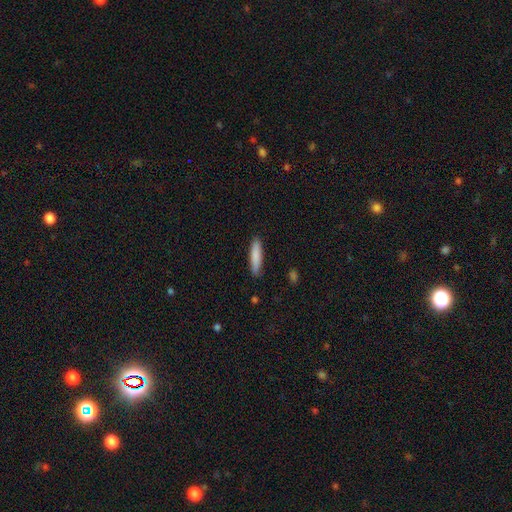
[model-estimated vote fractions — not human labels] smooth_or_featured: smooth (p=0.84) [alt: featured or disk p=0.10]
how_rounded: cigar-shaped (p=0.81) [alt: in between p=0.18]
merging: none (p=0.87) [alt: minor disturbance p=0.10]